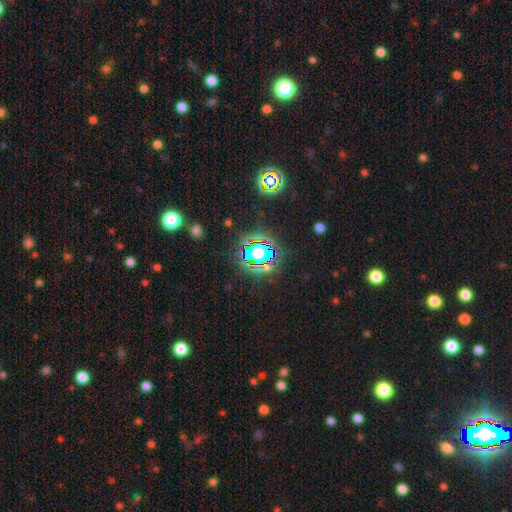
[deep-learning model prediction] Morphology: type=star or artifact (62%).